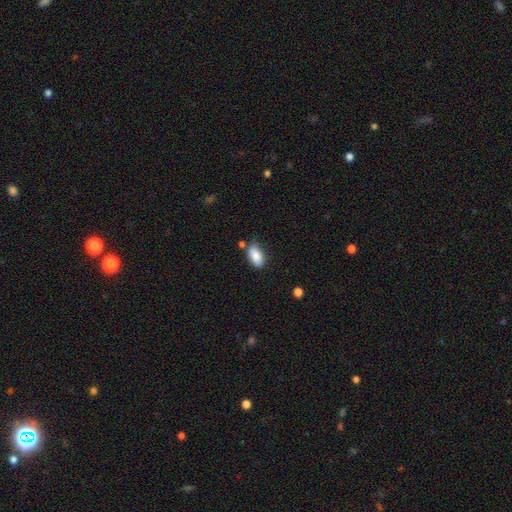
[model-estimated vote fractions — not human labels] Q: Smooth or featured?
A: smooth (85%); runner-up: featured or disk (8%)
Q: How rounded?
A: in between (93%); runner-up: cigar-shaped (4%)
Q: Merging?
A: none (70%); runner-up: minor disturbance (19%)